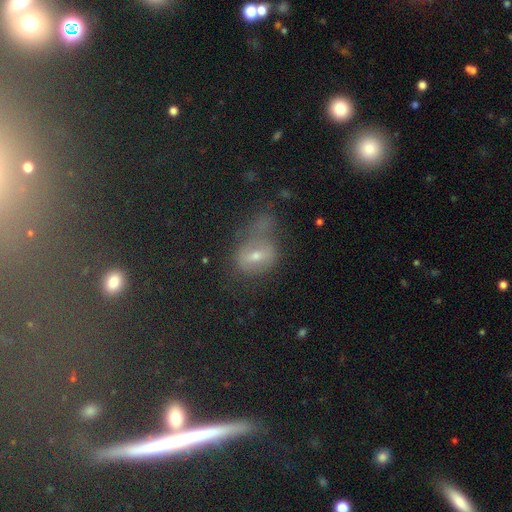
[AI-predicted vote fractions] Smooth or featured: star or artifact — 36% (smooth — 35%)